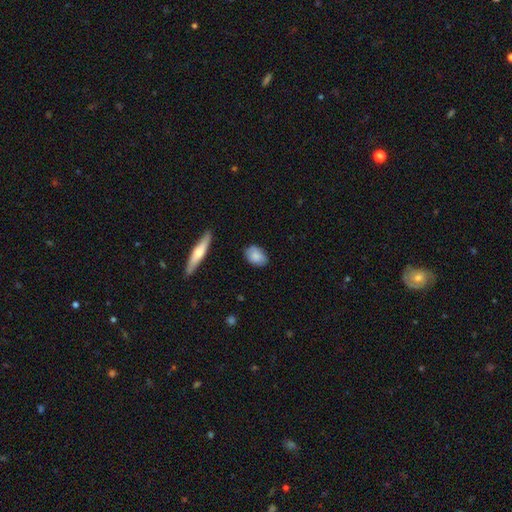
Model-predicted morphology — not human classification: smooth 81%, featured or disk 13%, star or artifact 6%. Down the decision tree: how rounded — in between (86%); merging — none (81%).